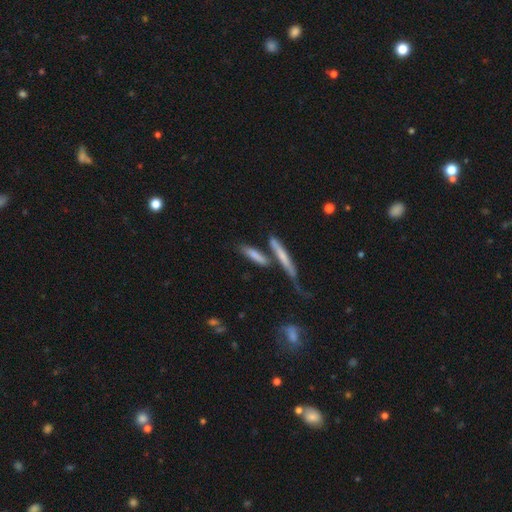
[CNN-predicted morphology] A smooth galaxy with no disk features (66%) that is cigar-shaped (77%). Merging: none (51%).